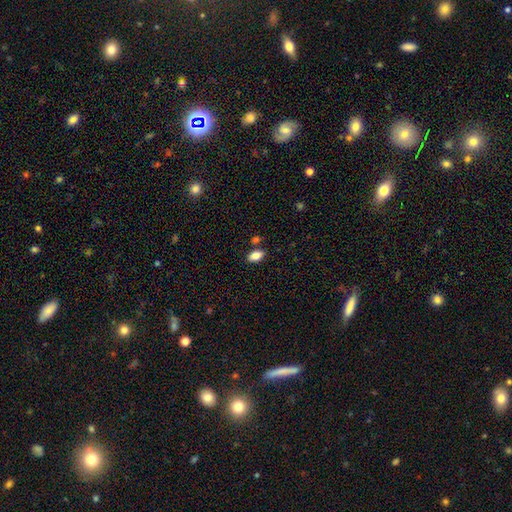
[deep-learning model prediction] This is clearly a smooth galaxy (84%). How rounded: clearly in between (92%). Merging: clearly none (81%).